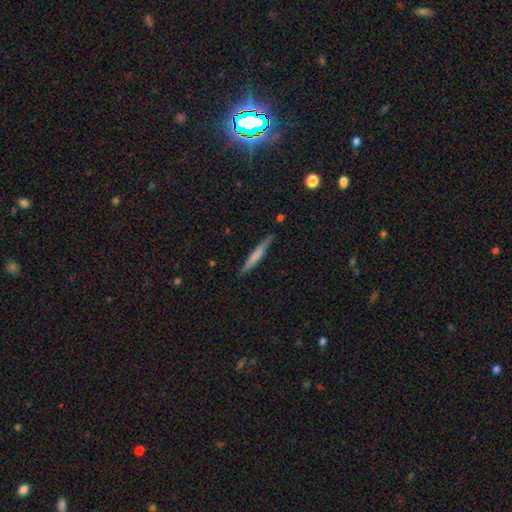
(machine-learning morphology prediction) smooth 59%, featured or disk 35%, star or artifact 6%. Down the decision tree: how rounded — cigar-shaped (95%); merging — none (85%).